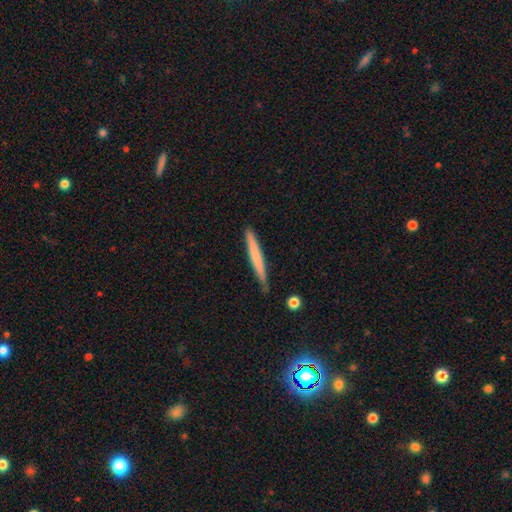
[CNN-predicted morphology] Smooth or featured? Predicted: smooth (p=0.63). How rounded? Predicted: cigar-shaped (p=0.97). Merging? Predicted: none (p=0.86).